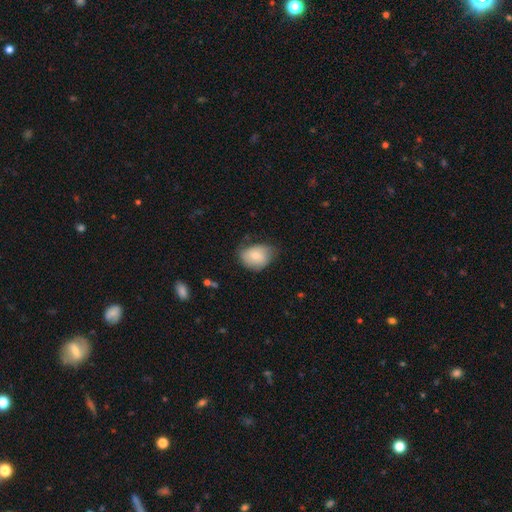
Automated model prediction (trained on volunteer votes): This is likely a smooth galaxy (71%). How rounded: likely in between (61%). Merging: possibly none (52%).